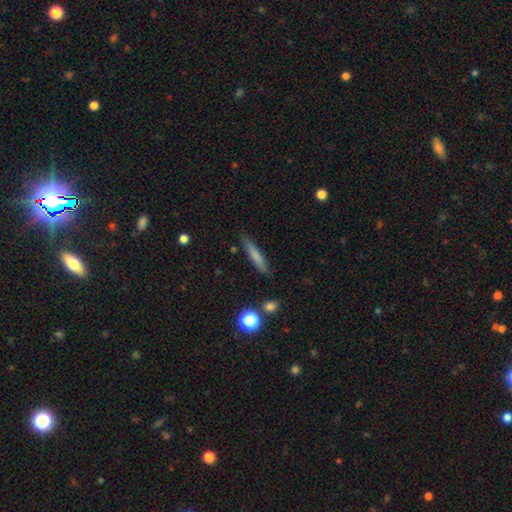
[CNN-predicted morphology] Smooth or featured? Predicted: smooth (p=0.69). How rounded? Predicted: cigar-shaped (p=0.89). Merging? Predicted: none (p=0.84).